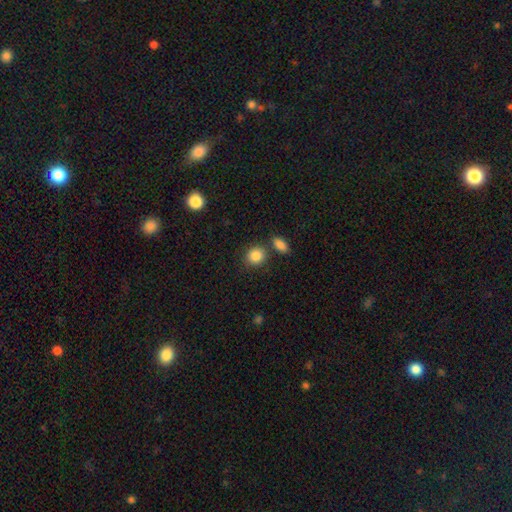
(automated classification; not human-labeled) Smooth or featured?
  - smooth: 87% *
  - star or artifact: 8%
  - featured or disk: 5%
How rounded?
  - round: 76% *
  - in between: 23%
  - cigar-shaped: 1%
Merging?
  - none: 73% *
  - merger: 12%
  - minor disturbance: 11%
  - major disturbance: 3%